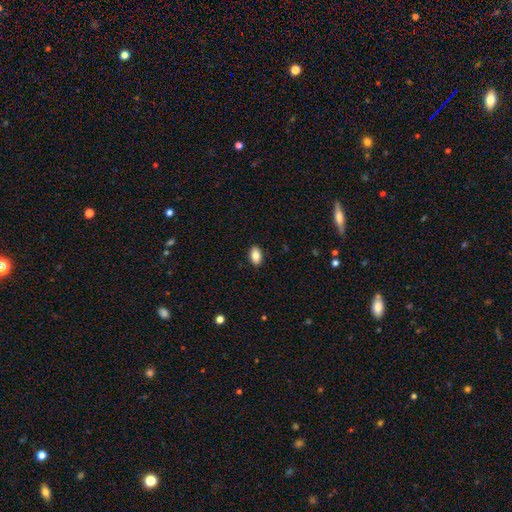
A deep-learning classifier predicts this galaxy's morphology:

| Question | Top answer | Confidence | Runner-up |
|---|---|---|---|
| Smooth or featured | smooth | 84% | featured or disk (8%) |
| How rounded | in between | 91% | round (7%) |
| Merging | none | 90% | minor disturbance (8%) |